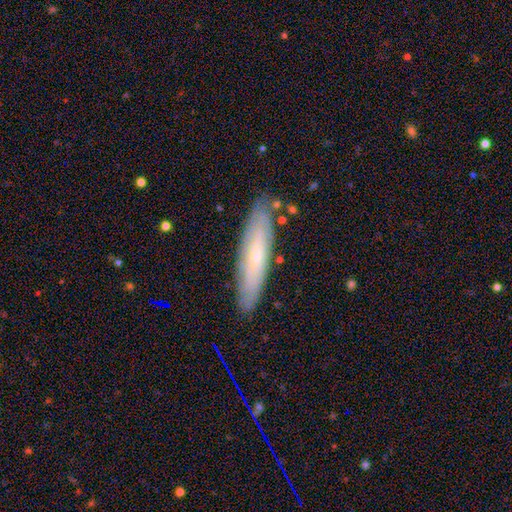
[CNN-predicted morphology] smooth-or-featured: featured or disk: 54% | smooth: 35% | star or artifact: 11%
  disk-edge-on: yes: 53% | no: 47%
  merging: none: 87% | minor disturbance: 10% | major disturbance: 2% | merger: 1%